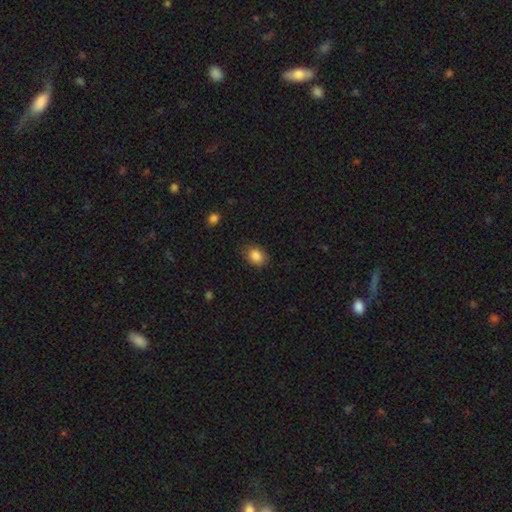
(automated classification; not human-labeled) This is clearly a smooth galaxy (86%). How rounded: likely in between (62%). Merging: clearly none (81%).